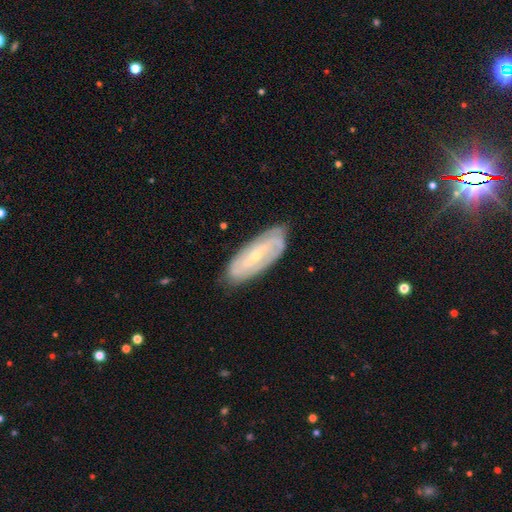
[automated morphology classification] This is likely a featured or disk galaxy (76%). It is clearly not viewed edge-on (88%). Bar: marginally no (44%). Spiral arm pattern: clearly yes (88%). Spiral arm count: marginally 2 (41%). Spiral winding: likely tight (60%). Central bulge: likely small (75%). Merging: clearly none (80%).